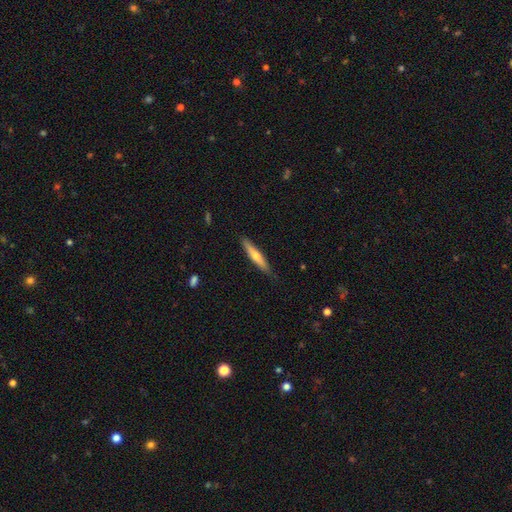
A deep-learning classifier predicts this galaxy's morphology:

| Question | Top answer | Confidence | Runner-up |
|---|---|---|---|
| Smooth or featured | smooth | 49% | featured or disk (45%) |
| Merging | none | 86% | minor disturbance (11%) |